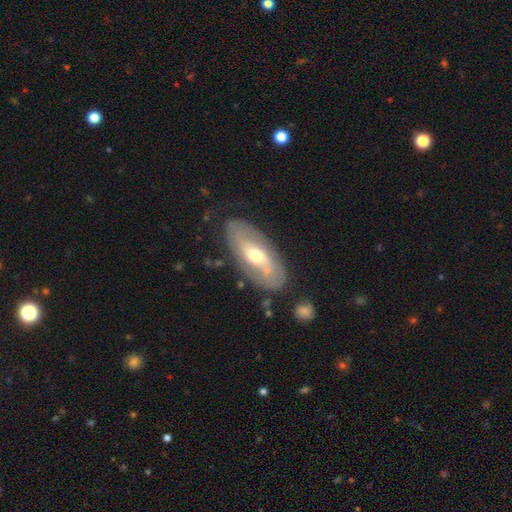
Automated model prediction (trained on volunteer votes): Overall: featured or disk (64%; smooth 30%). Edge-on disk: no (88%). Bar: no (50%; weak 34%). Spiral arms: yes (65%; no 35%). Bulge size: moderate (69%). Merging: none (76%).